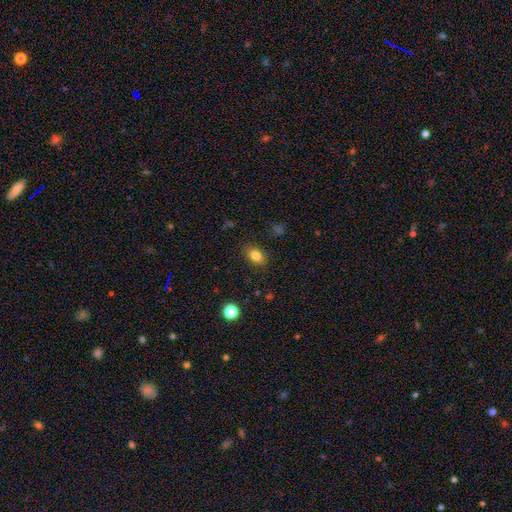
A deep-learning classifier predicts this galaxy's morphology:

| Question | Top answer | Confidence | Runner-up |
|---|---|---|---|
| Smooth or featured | smooth | 81% | star or artifact (10%) |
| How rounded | in between | 79% | round (18%) |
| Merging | none | 85% | minor disturbance (11%) |